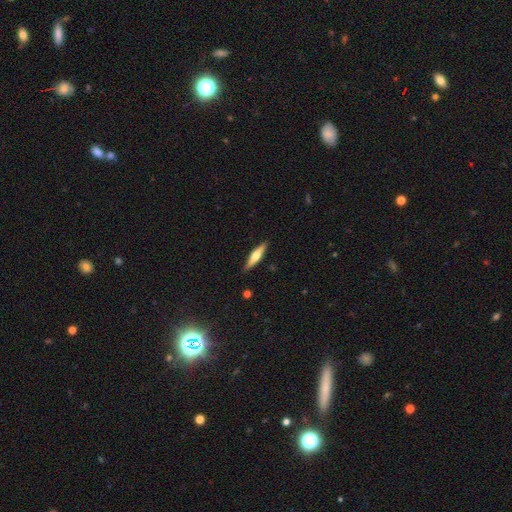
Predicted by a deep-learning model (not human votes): This is possibly a featured or disk galaxy (58%). It is clearly viewed edge-on (96%). Edge-on bulge: clearly rounded (90%). Merging: clearly none (89%).